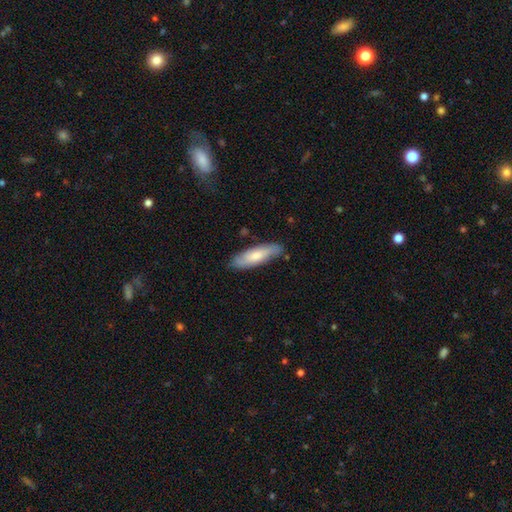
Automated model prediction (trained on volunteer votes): A smooth galaxy with no disk features (69%) that is cigar-shaped (50%).

Vote fractions:
- Smooth or featured? smooth: 69% / featured or disk: 26% / star or artifact: 5%
- How rounded? cigar-shaped: 50% / in between: 48% / round: 2%
- Merging? none: 81% / minor disturbance: 15% / major disturbance: 3% / merger: 2%